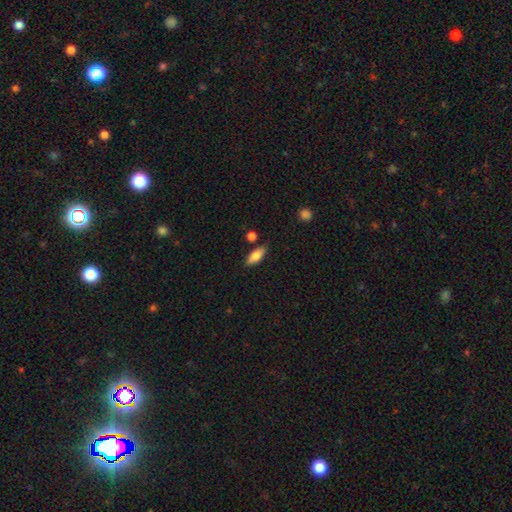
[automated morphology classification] This is likely a smooth galaxy (75%). How rounded: likely in between (78%). Merging: likely none (79%).